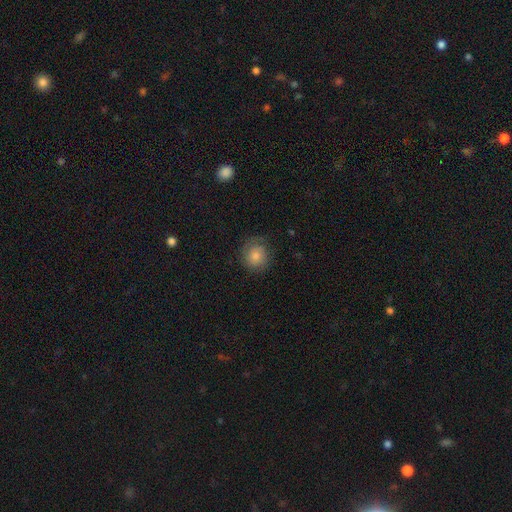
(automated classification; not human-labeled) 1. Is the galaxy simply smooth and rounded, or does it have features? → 75% smooth, 16% featured or disk, 8% star or artifact.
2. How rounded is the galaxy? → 84% round, 15% in between, 1% cigar-shaped.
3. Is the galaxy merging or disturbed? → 72% none, 19% minor disturbance, 8% major disturbance, 1% merger.